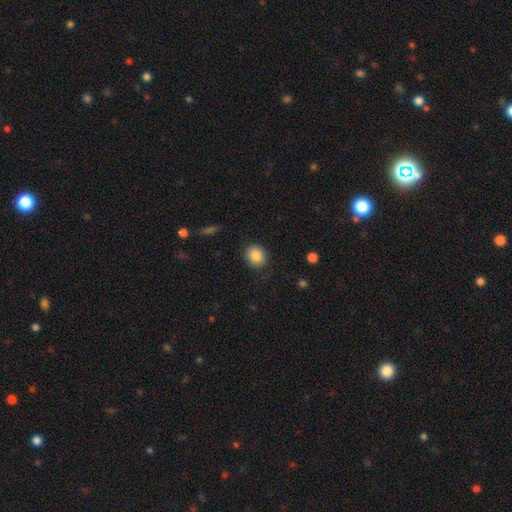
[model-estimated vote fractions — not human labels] Smooth or featured? smooth (85%)
How rounded? round (74%)
Merging? none (85%)